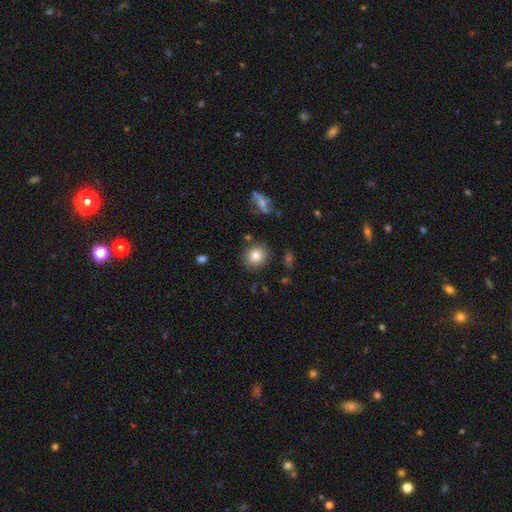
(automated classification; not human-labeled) This appears to be a smooth galaxy with no disk features (80%) that is round (84%). Merging: none (86%).